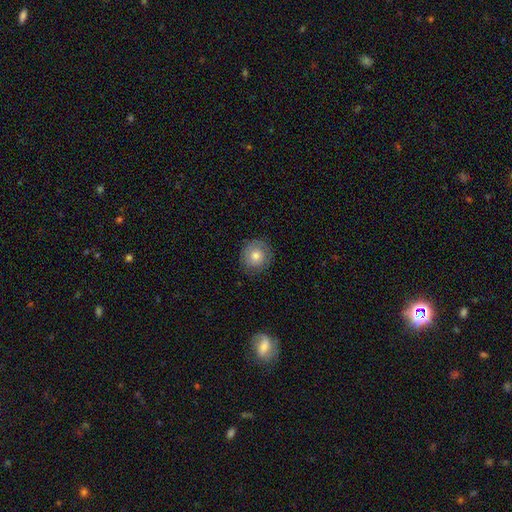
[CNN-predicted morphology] A smooth galaxy with no disk features (69%) that is round (89%). Merging: none (82%).